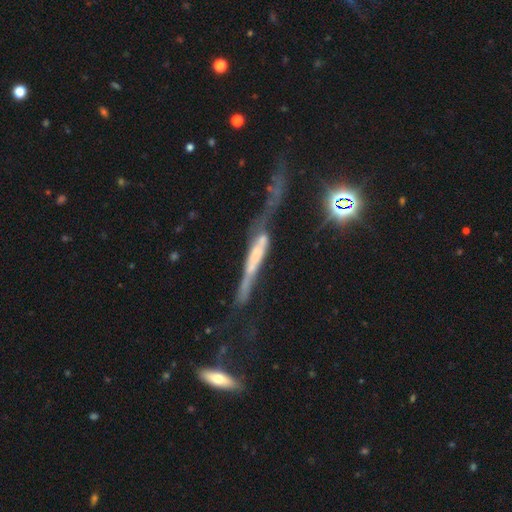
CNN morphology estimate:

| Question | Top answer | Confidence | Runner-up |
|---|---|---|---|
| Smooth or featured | featured or disk | 63% | smooth (24%) |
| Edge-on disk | yes | 75% | no (25%) |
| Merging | major disturbance | 39% | none (22%) |